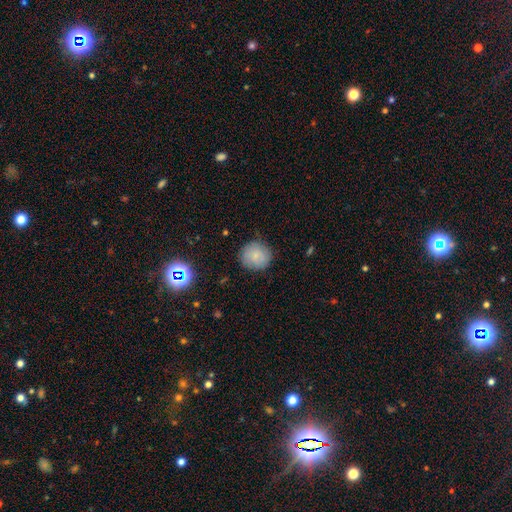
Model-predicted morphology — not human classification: Smooth or featured? Predicted: smooth (p=0.76). How rounded? Predicted: round (p=0.86). Merging? Predicted: none (p=0.81).